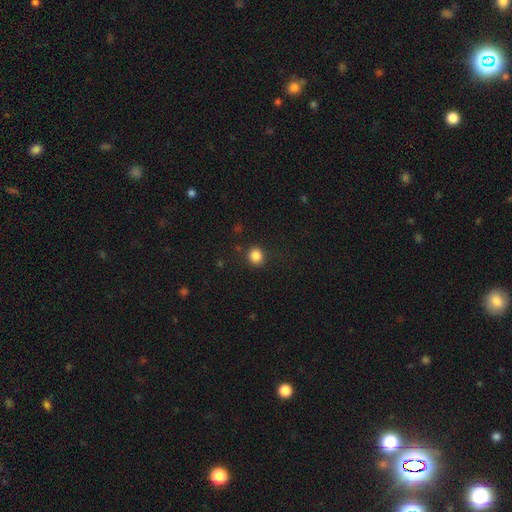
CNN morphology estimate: A smooth galaxy with no disk features (84%) that is round (85%).

Vote fractions:
- Smooth or featured? smooth: 84% / star or artifact: 11% / featured or disk: 4%
- How rounded? round: 85% / in between: 14% / cigar-shaped: 1%
- Merging? none: 88% / minor disturbance: 8% / major disturbance: 3% / merger: 1%